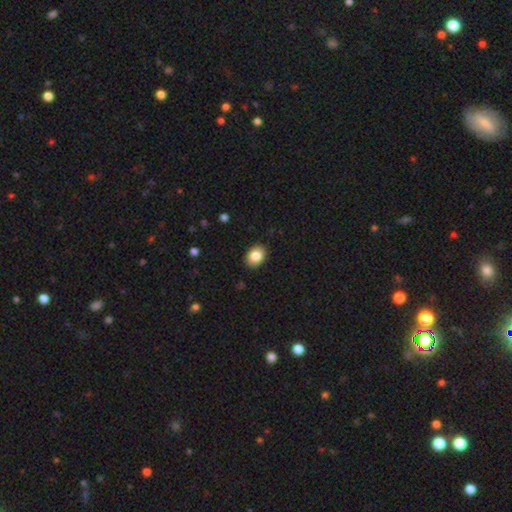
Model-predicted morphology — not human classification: A smooth galaxy with no disk features (86%) that is in between round and cigar-shaped (66%). Merging: none (90%).